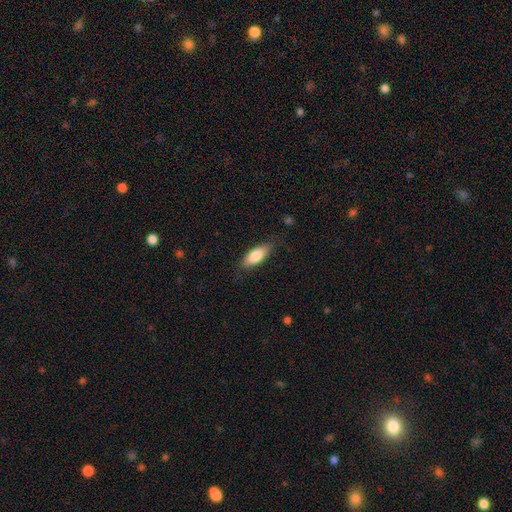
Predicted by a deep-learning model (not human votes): Morphology: type=smooth (80%); roundness=in between (75%); merging=none (81%).